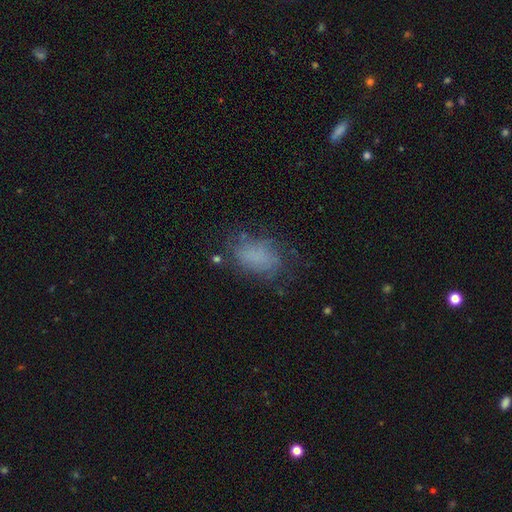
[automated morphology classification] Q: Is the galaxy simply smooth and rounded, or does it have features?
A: smooth — 66%.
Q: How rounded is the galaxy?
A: in between — 85%.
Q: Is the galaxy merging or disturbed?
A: none — 62%.